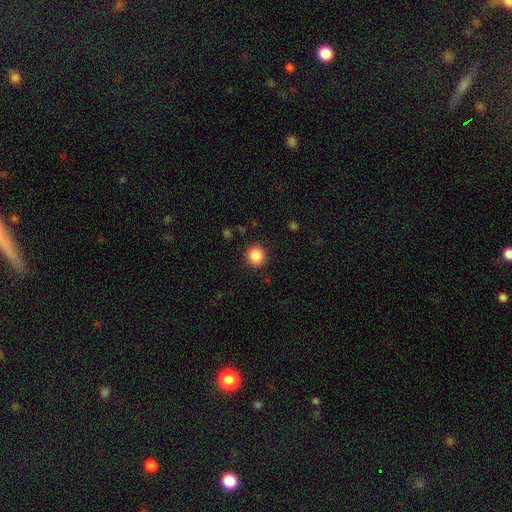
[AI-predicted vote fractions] This is clearly a smooth galaxy (86%). How rounded: clearly round (92%). Merging: clearly none (91%).